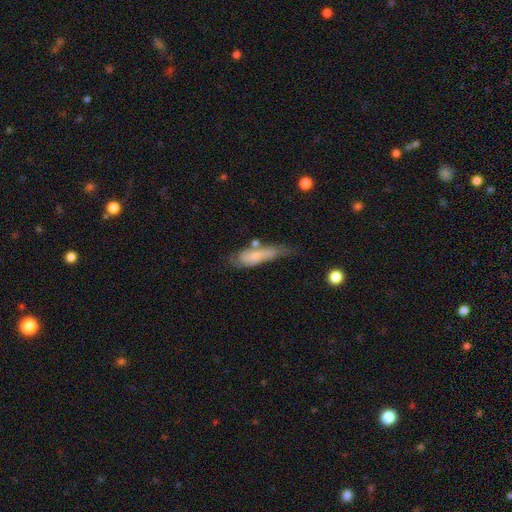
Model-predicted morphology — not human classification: Smooth or featured? smooth (57%)
How rounded? cigar-shaped (57%)
Merging? none (37%)